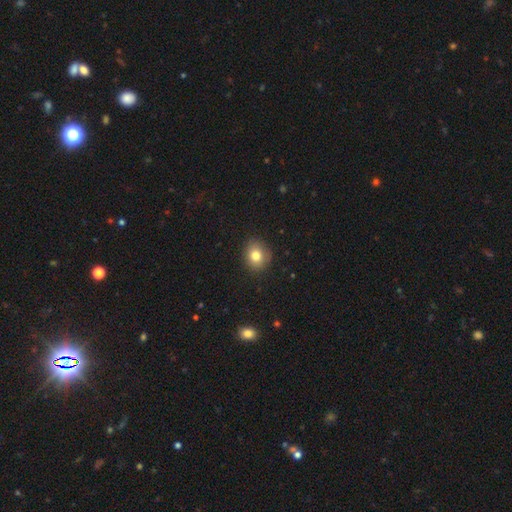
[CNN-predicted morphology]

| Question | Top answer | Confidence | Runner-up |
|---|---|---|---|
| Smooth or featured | smooth | 80% | star or artifact (11%) |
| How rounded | round | 71% | in between (28%) |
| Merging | none | 86% | minor disturbance (11%) |